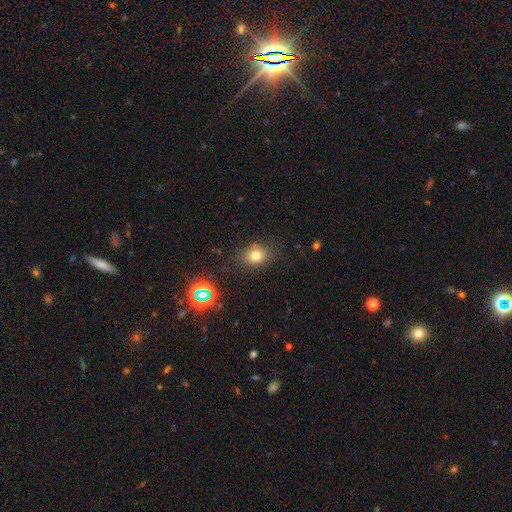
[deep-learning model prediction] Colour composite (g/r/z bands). It shows a smooth galaxy with no disk features (75%) that is round (52%). Merging: none (80%).